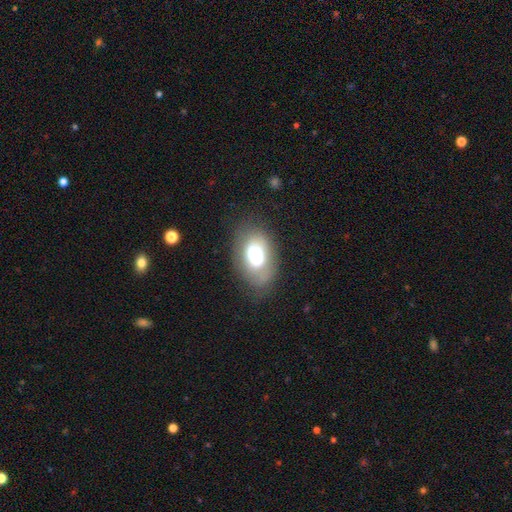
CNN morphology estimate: A smooth galaxy with no disk features (62%) that is in between round and cigar-shaped (86%). Merging: none (64%).